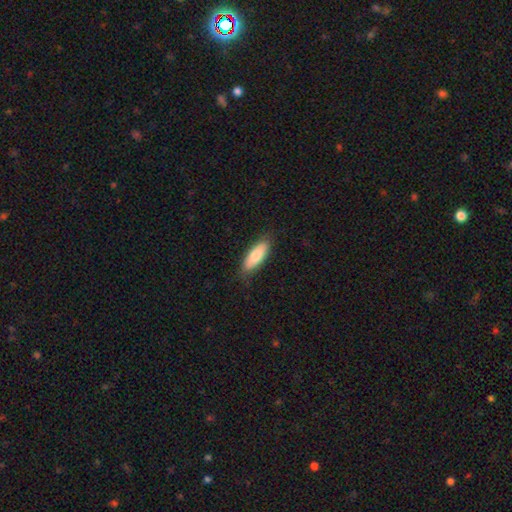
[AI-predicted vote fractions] This appears to be a smooth galaxy with no disk features (76%) that is in between round and cigar-shaped (72%). Merging: none (83%).